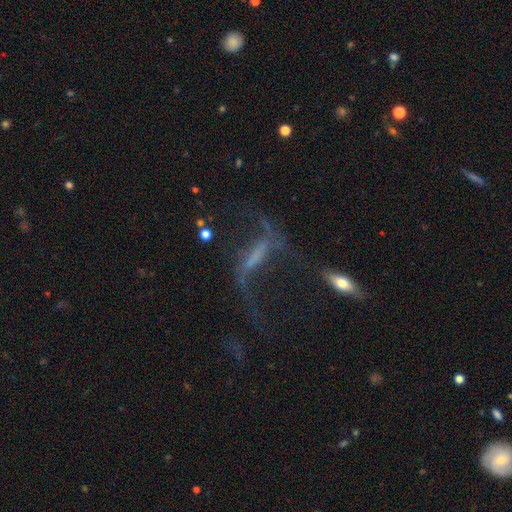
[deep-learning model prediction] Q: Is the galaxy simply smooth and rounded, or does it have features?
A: featured or disk — 71%.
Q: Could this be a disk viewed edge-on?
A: no — 79%.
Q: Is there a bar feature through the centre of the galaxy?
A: strong — 52%.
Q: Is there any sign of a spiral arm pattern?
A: yes — 76%.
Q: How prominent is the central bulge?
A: none — 54%.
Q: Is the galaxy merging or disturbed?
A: none — 42%.